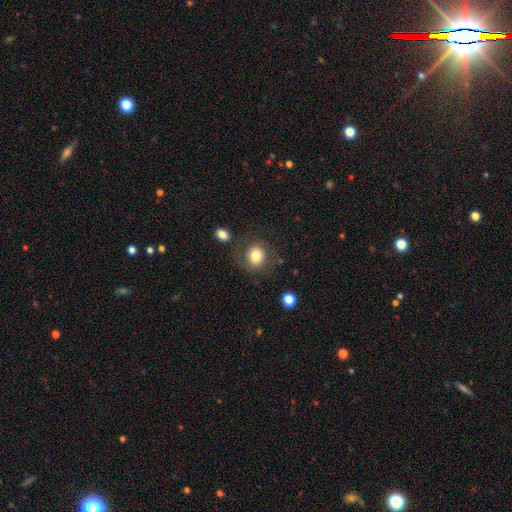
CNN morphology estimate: Overall: smooth (79%). How rounded: round (72%). Merging: none (72%).